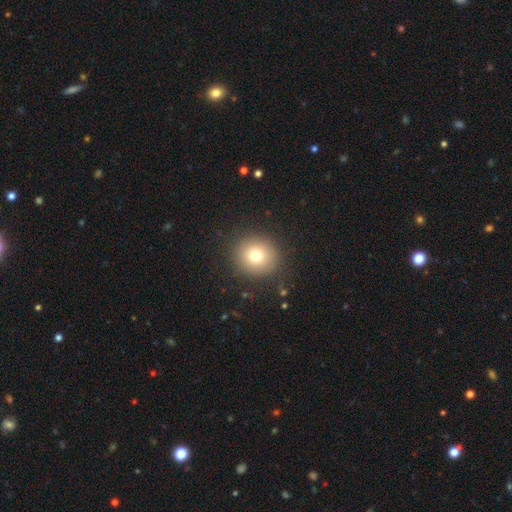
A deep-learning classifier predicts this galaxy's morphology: smooth-or-featured: smooth: 76% | star or artifact: 13% | featured or disk: 11%
  how-rounded: round: 90% | in between: 9% | cigar-shaped: 1%
  merging: none: 89% | minor disturbance: 7% | major disturbance: 3% | merger: 1%